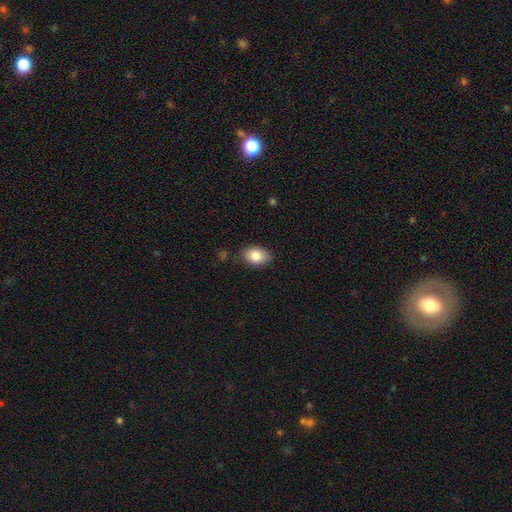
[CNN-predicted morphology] Overall: smooth (85%). How rounded: in between (85%). Merging: none (82%).